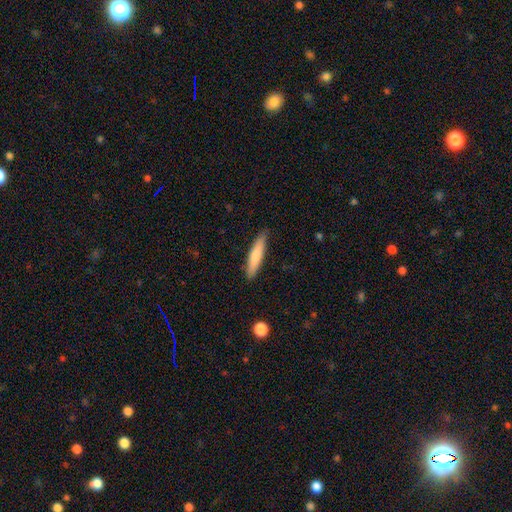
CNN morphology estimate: Smooth or featured? Predicted: smooth (p=0.75). How rounded? Predicted: cigar-shaped (p=0.87). Merging? Predicted: none (p=0.87).